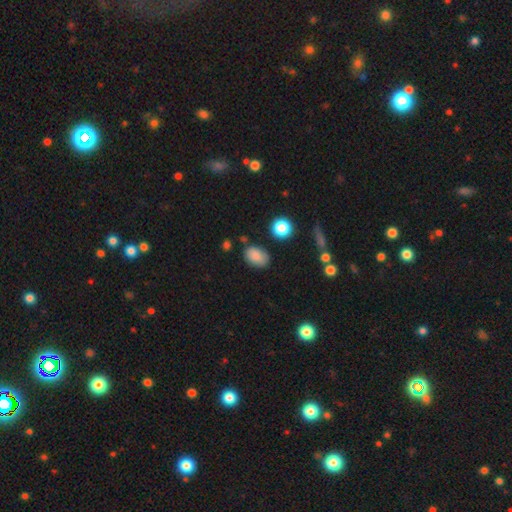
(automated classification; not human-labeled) This appears to be a smooth galaxy with no disk features (84%) that is in between round and cigar-shaped (84%). Merging: none (75%).